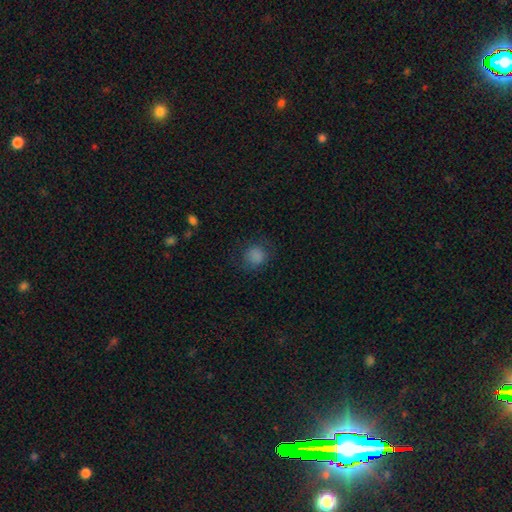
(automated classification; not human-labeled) This is clearly a smooth galaxy (83%). How rounded: clearly round (82%). Merging: likely none (78%).